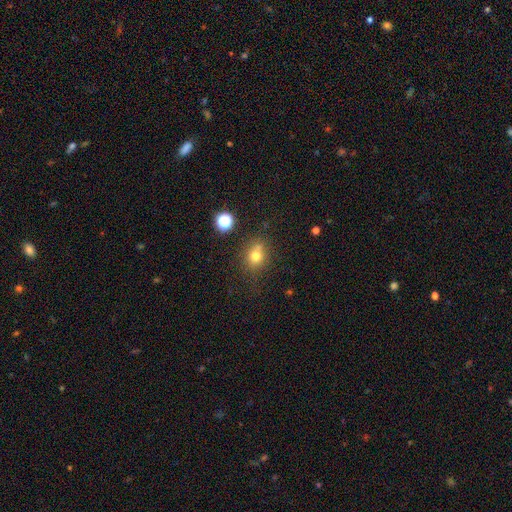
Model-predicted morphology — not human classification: Smooth or featured? smooth (72%)
How rounded? round (65%)
Merging? none (65%)